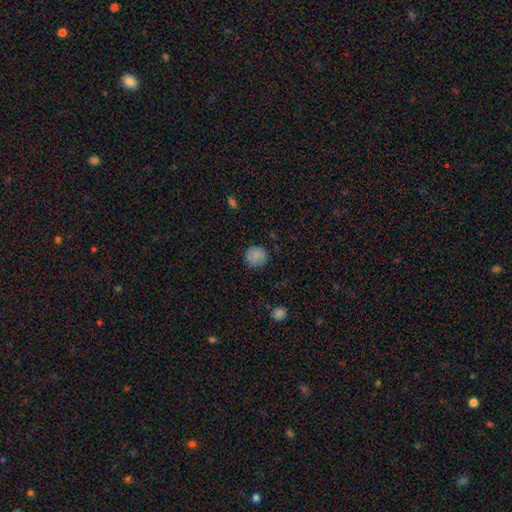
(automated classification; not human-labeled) Overall: smooth (82%). How rounded: round (88%). Merging: none (85%).